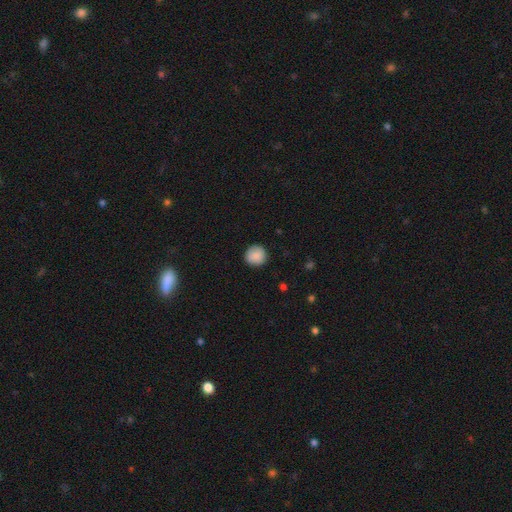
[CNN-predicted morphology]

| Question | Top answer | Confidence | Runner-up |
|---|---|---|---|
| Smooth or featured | smooth | 88% | star or artifact (7%) |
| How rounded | round | 94% | in between (5%) |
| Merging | none | 89% | minor disturbance (8%) |